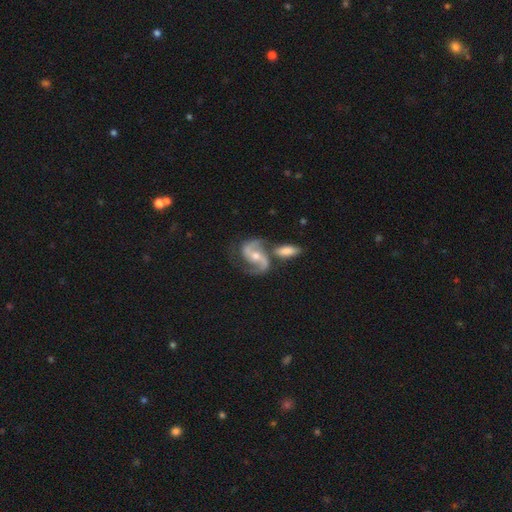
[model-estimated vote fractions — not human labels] Smooth or featured?
  - featured or disk: 89% *
  - smooth: 6%
  - star or artifact: 5%
Edge-on disk?
  - no: 97% *
  - yes: 3%
Bar?
  - weak: 39% *
  - no: 37%
  - strong: 24%
Spiral arms?
  - yes: 97% *
  - no: 3%
Spiral winding?
  - medium: 55% *
  - loose: 29%
  - tight: 16%
Spiral arm count?
  - 2: 92% *
  - can't tell: 3%
  - 3: 2%
  - 1: 2%
  - 4: 1%
  - more than 4: 1%
Bulge size?
  - moderate: 59% *
  - small: 36%
  - large: 3%
  - none: 2%
  - dominant: 1%
Merging?
  - none: 52% *
  - merger: 25%
  - minor disturbance: 16%
  - major disturbance: 8%